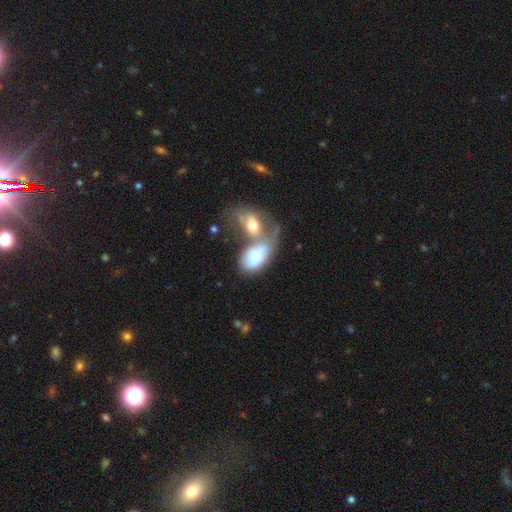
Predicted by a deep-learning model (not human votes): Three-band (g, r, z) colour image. It shows a smooth galaxy with no disk features (61%) that is in between round and cigar-shaped (89%). Merging: merger (63%).